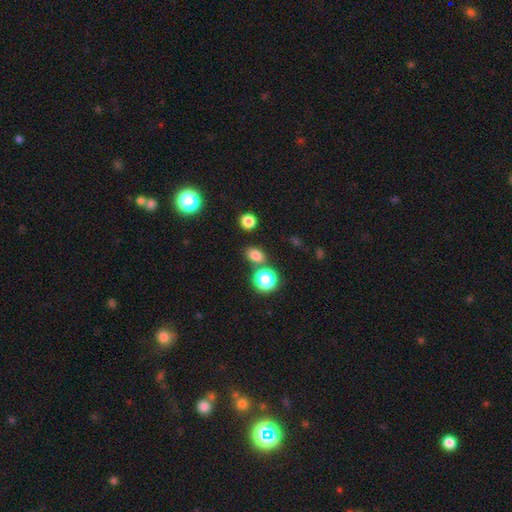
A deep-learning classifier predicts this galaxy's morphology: Smooth or featured? Predicted: smooth (p=0.75). How rounded? Predicted: in between (p=0.58). Merging? Predicted: none (p=0.78).